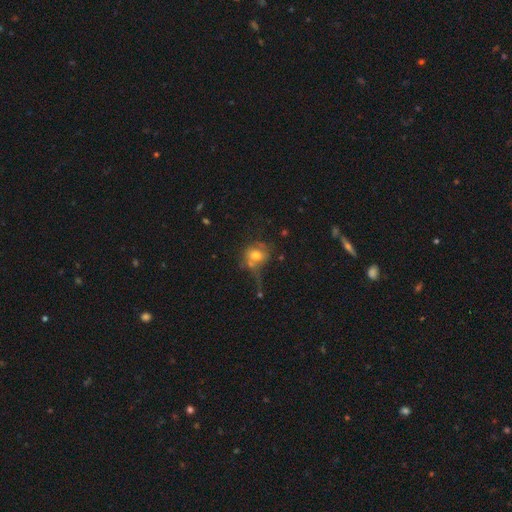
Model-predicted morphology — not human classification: Smooth or featured: smooth — 69% (featured or disk — 20%)
How rounded: round — 73% (in between — 26%)
Merging: none — 40% (major disturbance — 22%)